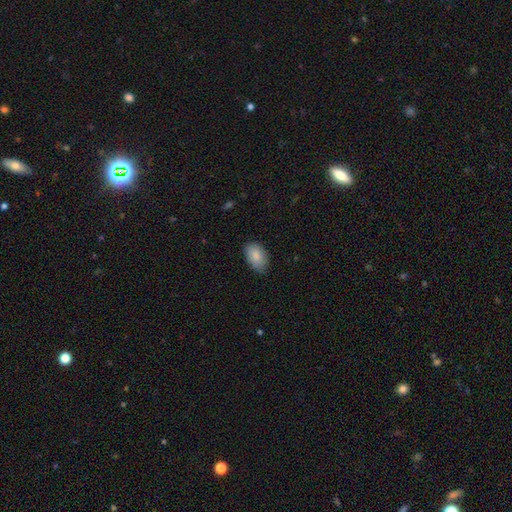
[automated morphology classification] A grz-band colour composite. It shows a smooth galaxy with no disk features (87%) that is in between round and cigar-shaped (92%). Merging: none (79%).